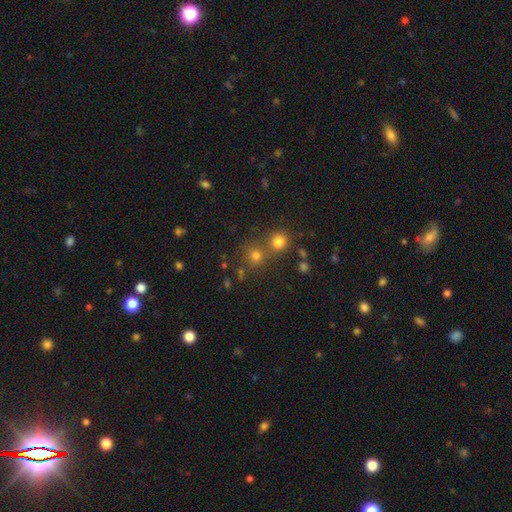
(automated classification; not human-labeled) A smooth galaxy with no disk features (73%) that is round (86%). Merging: none (57%).